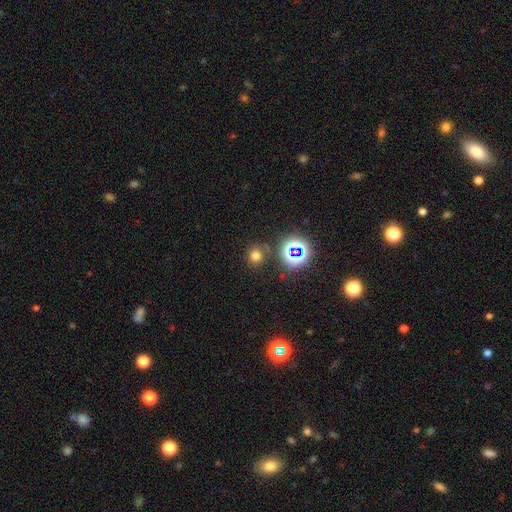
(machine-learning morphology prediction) This is likely a smooth galaxy (67%). How rounded: clearly round (83%). Merging: clearly none (81%).